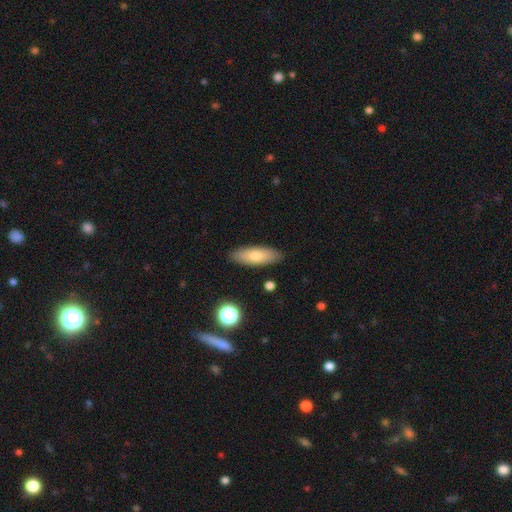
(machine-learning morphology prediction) The model was most divided on "how rounded": in between: 62%, cigar-shaped: 35%, round: 3%. More confident: merging — none (88%); smooth or featured — smooth (71%).